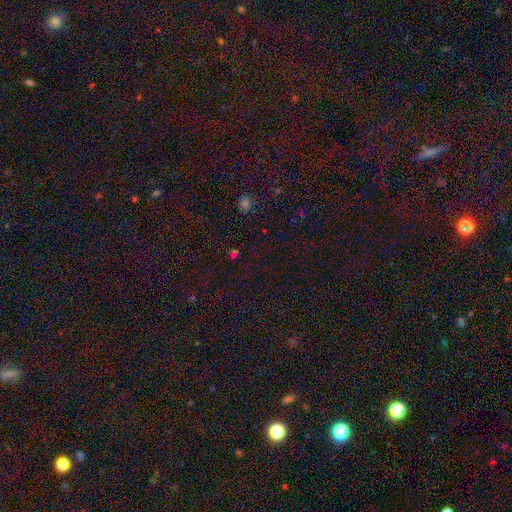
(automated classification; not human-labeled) The model was most divided on "smooth or featured": star or artifact: 63%, smooth: 30%, featured or disk: 7%.